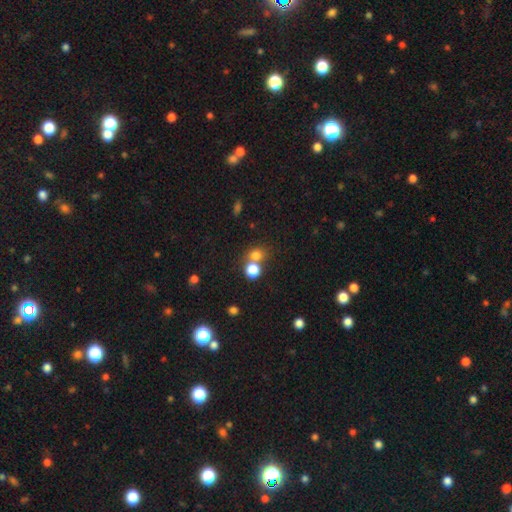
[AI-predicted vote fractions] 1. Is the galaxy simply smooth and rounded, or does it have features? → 75% smooth, 17% star or artifact, 8% featured or disk.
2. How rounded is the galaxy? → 75% round, 24% in between, 1% cigar-shaped.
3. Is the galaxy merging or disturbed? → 52% none, 36% merger, 8% minor disturbance, 4% major disturbance.